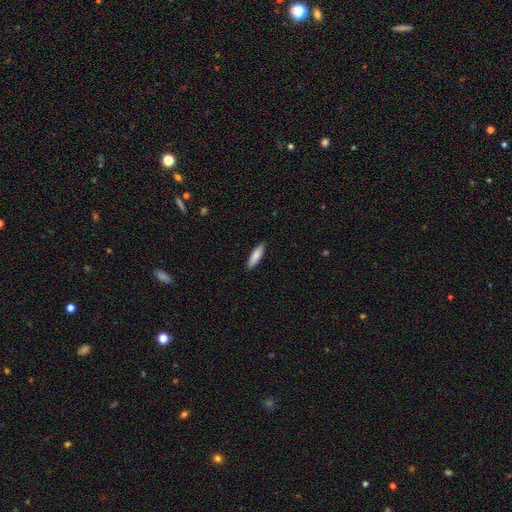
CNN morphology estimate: Q: Smooth or featured?
A: smooth (85%); runner-up: featured or disk (10%)
Q: How rounded?
A: cigar-shaped (61%); runner-up: in between (37%)
Q: Merging?
A: none (88%); runner-up: minor disturbance (9%)